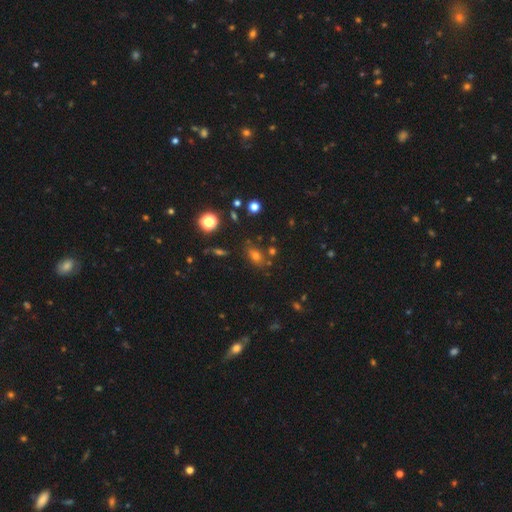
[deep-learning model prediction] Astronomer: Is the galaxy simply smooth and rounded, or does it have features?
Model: smooth — 65%.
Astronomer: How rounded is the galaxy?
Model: in between — 69%.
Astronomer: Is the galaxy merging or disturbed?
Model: none — 74%.